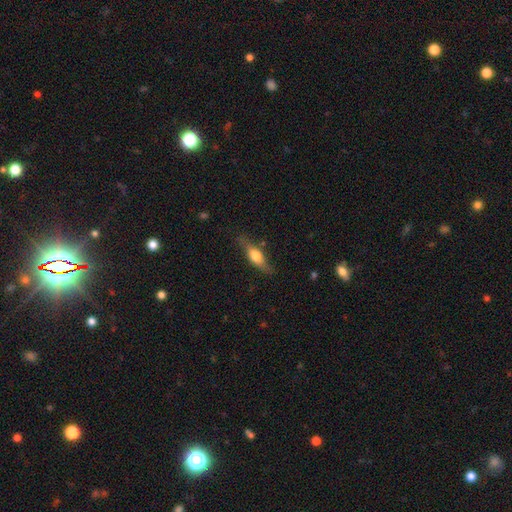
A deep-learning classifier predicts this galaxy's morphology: Q: Smooth or featured?
A: smooth (51%); runner-up: featured or disk (43%)
Q: How rounded?
A: cigar-shaped (54%); runner-up: in between (43%)
Q: Merging?
A: none (75%); runner-up: minor disturbance (18%)